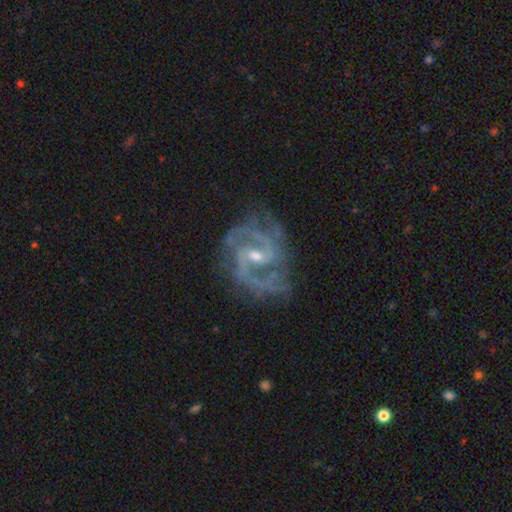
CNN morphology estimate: smooth_or_featured: featured or disk (p=0.92) [alt: star or artifact p=0.05]
disk_edge_on: no (p=0.98) [alt: yes p=0.02]
bar: weak (p=0.51) [alt: strong p=0.30]
has_spiral_arms: yes (p=0.98) [alt: no p=0.02]
spiral_winding: medium (p=0.58) [alt: tight p=0.27]
spiral_arm_count: 2 (p=0.69) [alt: 3 p=0.13]
bulge_size: small (p=0.56) [alt: moderate p=0.40]
merging: none (p=0.70) [alt: minor disturbance p=0.19]